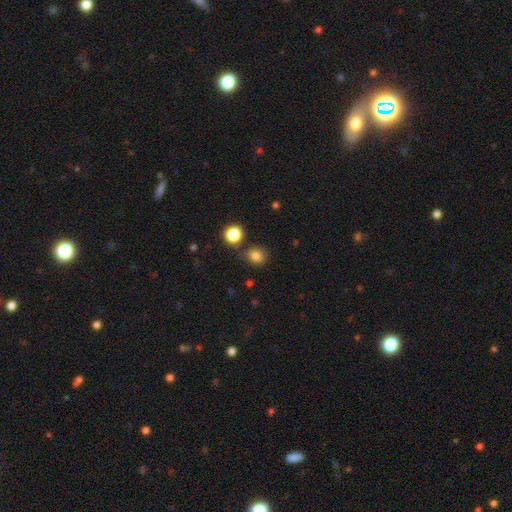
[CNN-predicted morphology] Smooth or featured: smooth — 81% (star or artifact — 14%)
How rounded: round — 75% (in between — 24%)
Merging: none — 79% (minor disturbance — 12%)